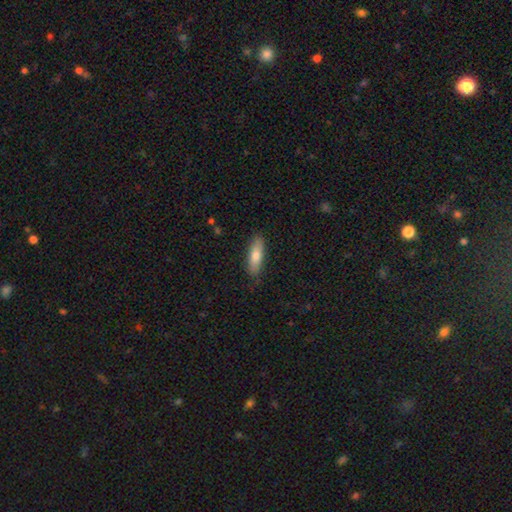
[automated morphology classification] smooth-or-featured: smooth: 72% | featured or disk: 21% | star or artifact: 6%
  how-rounded: cigar-shaped: 54% | in between: 44% | round: 2%
  merging: none: 86% | minor disturbance: 11% | major disturbance: 2% | merger: 1%